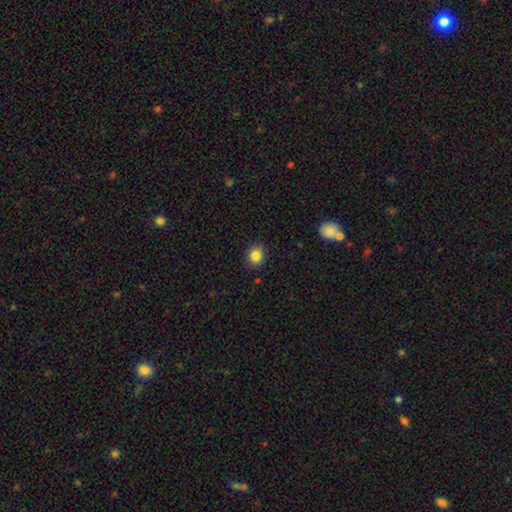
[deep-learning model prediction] smooth 84%, star or artifact 10%, featured or disk 5%. Down the decision tree: how rounded — round (71%); merging — none (88%).